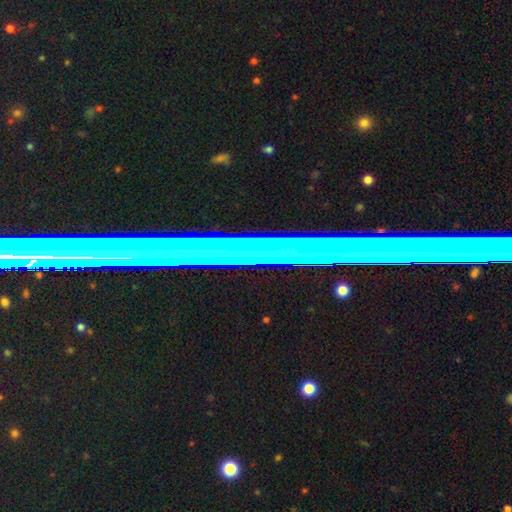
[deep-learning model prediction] Smooth or featured? featured or disk (47%)
Merging? none (87%)